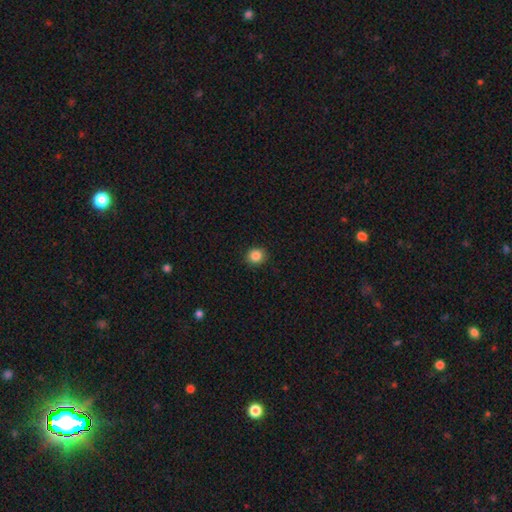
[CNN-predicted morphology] smooth_or_featured: smooth (p=0.86) [alt: star or artifact p=0.10]
how_rounded: round (p=0.88) [alt: in between p=0.11]
merging: none (p=0.91) [alt: minor disturbance p=0.06]